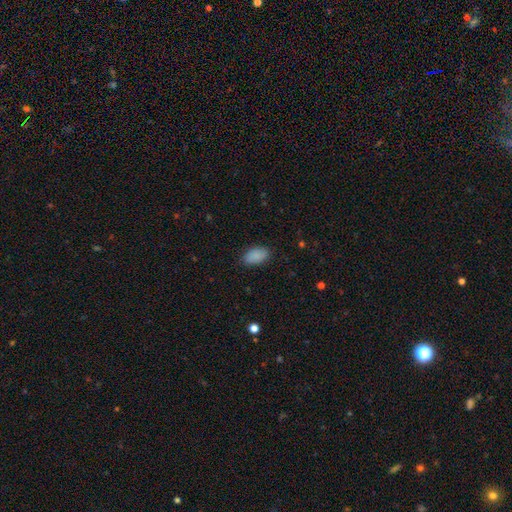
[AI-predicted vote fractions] Q: Smooth or featured?
A: smooth (88%); runner-up: star or artifact (7%)
Q: How rounded?
A: in between (93%); runner-up: round (5%)
Q: Merging?
A: none (82%); runner-up: minor disturbance (14%)